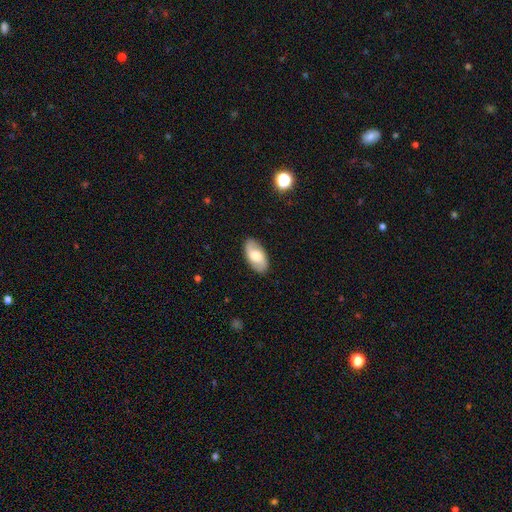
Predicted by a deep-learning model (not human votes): Smooth or featured: featured or disk — 48% (smooth — 45%)
Merging: none — 87% (minor disturbance — 10%)